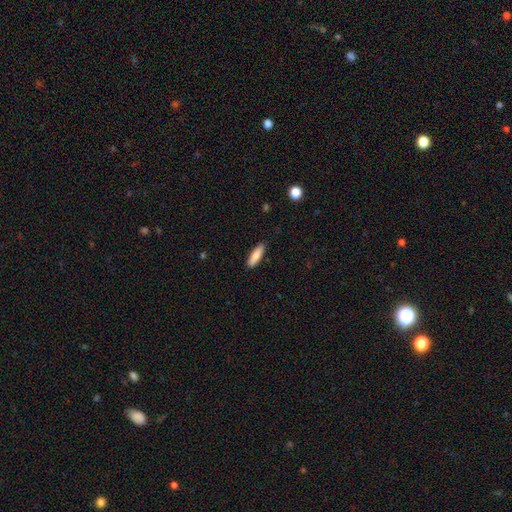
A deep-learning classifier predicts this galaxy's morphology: smooth_or_featured: smooth (p=0.83) [alt: featured or disk p=0.11]
how_rounded: cigar-shaped (p=0.58) [alt: in between p=0.40]
merging: none (p=0.87) [alt: minor disturbance p=0.10]